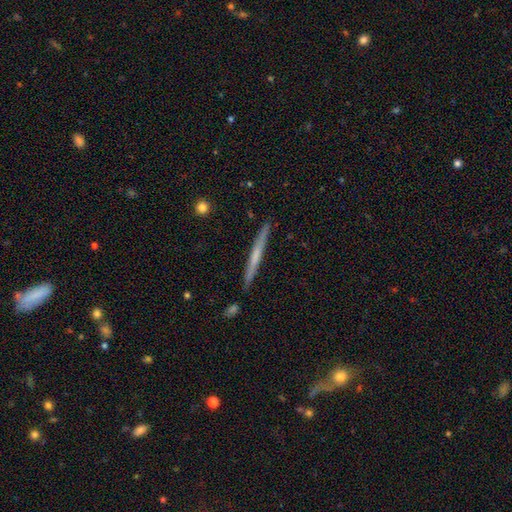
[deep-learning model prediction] Smooth or featured?
  - featured or disk: 52% *
  - smooth: 42%
  - star or artifact: 6%
Edge-on disk?
  - yes: 97% *
  - no: 3%
Edge-on bulge?
  - none: 73% *
  - rounded: 20%
  - boxy: 7%
Merging?
  - none: 89% *
  - minor disturbance: 8%
  - merger: 2%
  - major disturbance: 1%